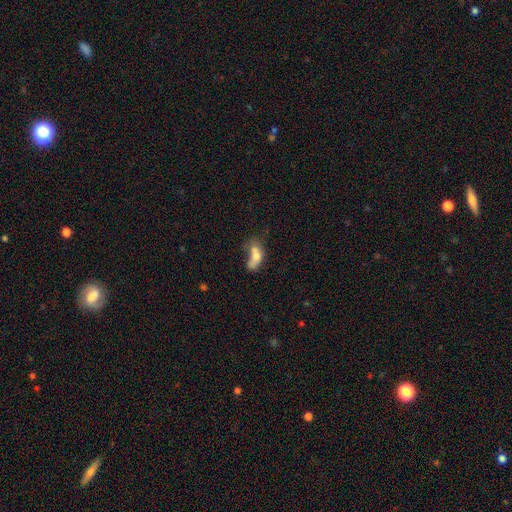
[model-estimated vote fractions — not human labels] smooth_or_featured: smooth (p=0.63) [alt: featured or disk p=0.26]
how_rounded: in between (p=0.75) [alt: cigar-shaped p=0.16]
merging: merger (p=0.45) [alt: none p=0.21]